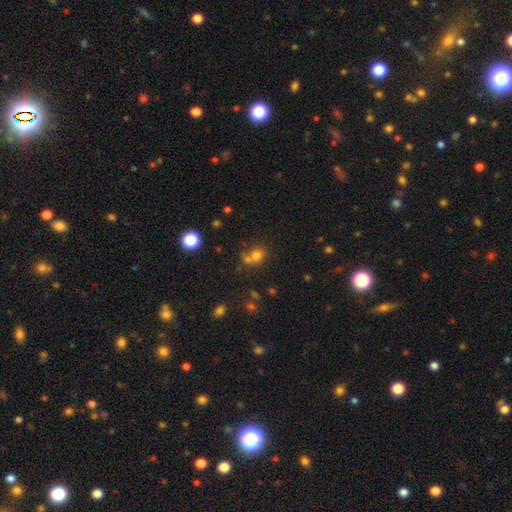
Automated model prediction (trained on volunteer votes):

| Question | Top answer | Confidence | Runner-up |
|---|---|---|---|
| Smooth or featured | smooth | 72% | star or artifact (18%) |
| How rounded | round | 73% | in between (26%) |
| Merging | none | 45% | merger (41%) |